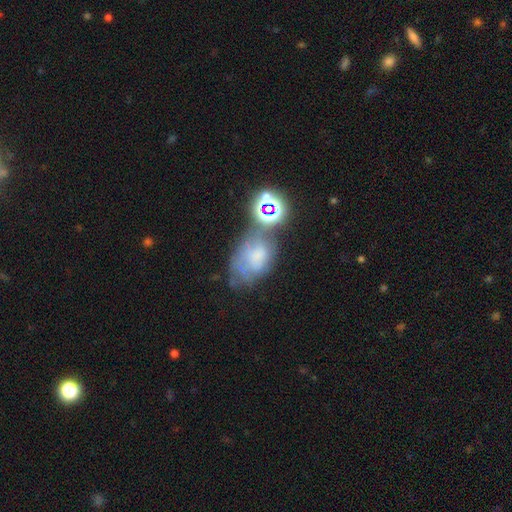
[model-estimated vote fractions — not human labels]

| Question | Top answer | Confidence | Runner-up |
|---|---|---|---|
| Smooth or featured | featured or disk | 39% | smooth (35%) |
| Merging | none | 34% | minor disturbance (23%) |